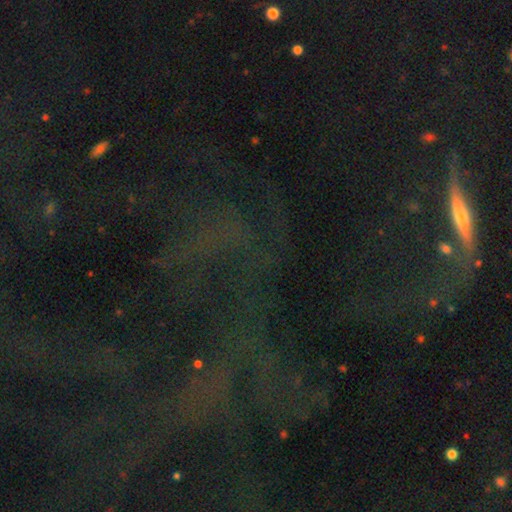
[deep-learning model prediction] Morphology: type=star or artifact (65%).